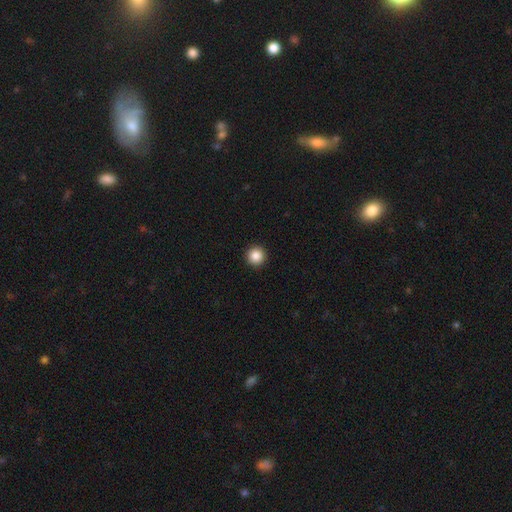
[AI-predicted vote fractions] smooth 86%, star or artifact 10%, featured or disk 4%. Down the decision tree: how rounded — round (96%); merging — none (94%).